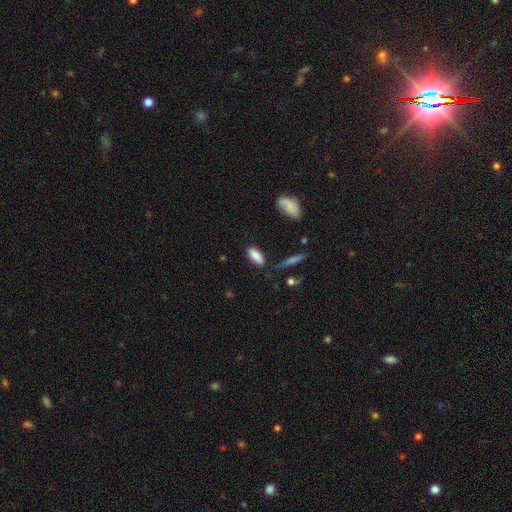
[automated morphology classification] The model was most divided on "merging": none: 74%, minor disturbance: 18%, major disturbance: 5%, merger: 3%. More confident: smooth or featured — smooth (85%); how rounded — in between (82%).